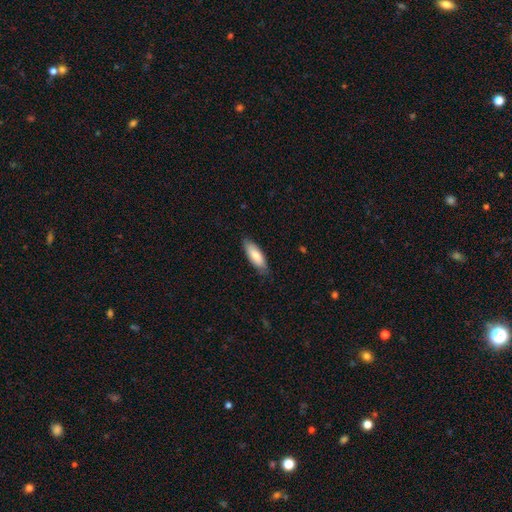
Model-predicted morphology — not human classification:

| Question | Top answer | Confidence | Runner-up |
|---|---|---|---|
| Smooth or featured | smooth | 81% | featured or disk (14%) |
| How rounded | in between | 64% | cigar-shaped (35%) |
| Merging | none | 82% | minor disturbance (14%) |